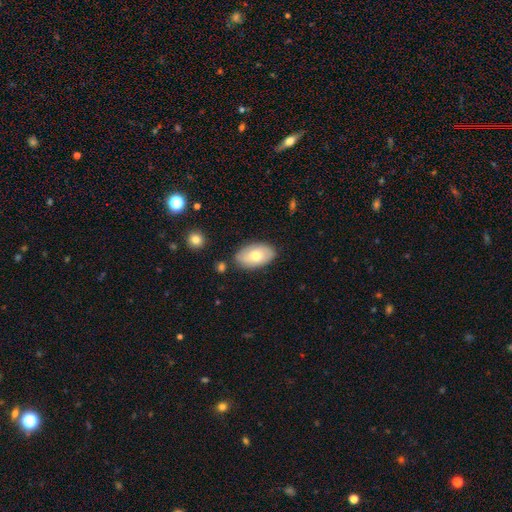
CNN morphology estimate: smooth 65%, featured or disk 28%, star or artifact 6%. Down the decision tree: how rounded — in between (93%); merging — none (81%).